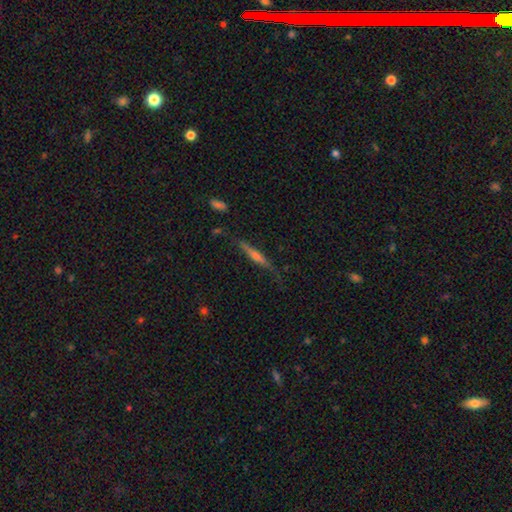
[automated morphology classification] A featured or disk galaxy (55%) viewed edge-on (95%) with a rounded central bulge (65%). Merging: none (75%).